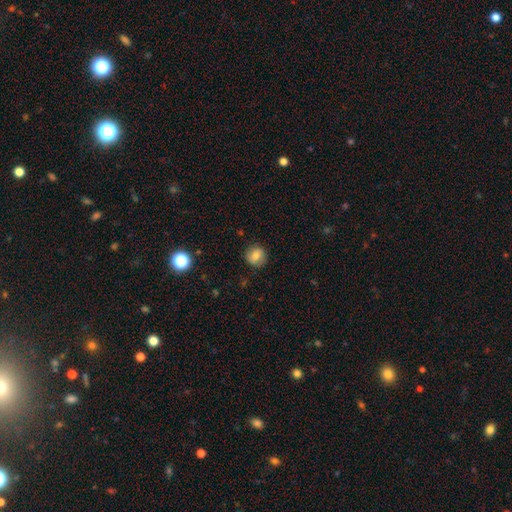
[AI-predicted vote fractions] Morphology: type=smooth (76%); roundness=round (85%); merging=none (85%).